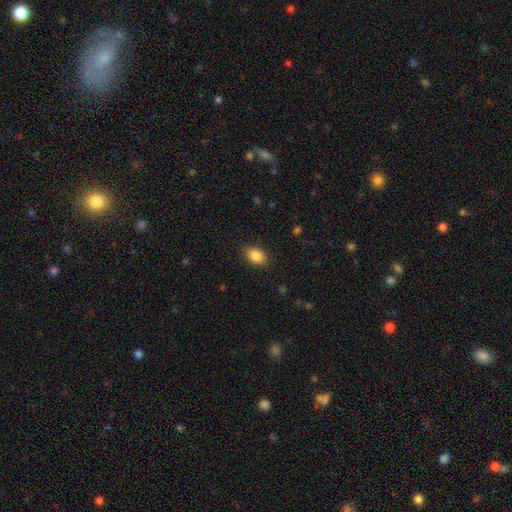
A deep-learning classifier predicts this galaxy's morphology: Smooth or featured?
  - smooth: 87% *
  - star or artifact: 8%
  - featured or disk: 5%
How rounded?
  - in between: 79% *
  - round: 20%
  - cigar-shaped: 1%
Merging?
  - none: 87% *
  - minor disturbance: 9%
  - major disturbance: 3%
  - merger: 1%